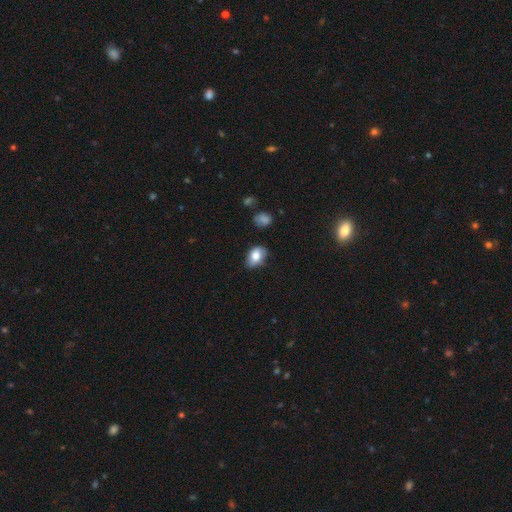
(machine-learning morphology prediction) The model was most divided on "merging": none: 62%, minor disturbance: 30%, major disturbance: 6%, merger: 2%. More confident: how rounded — in between (81%); smooth or featured — smooth (78%).